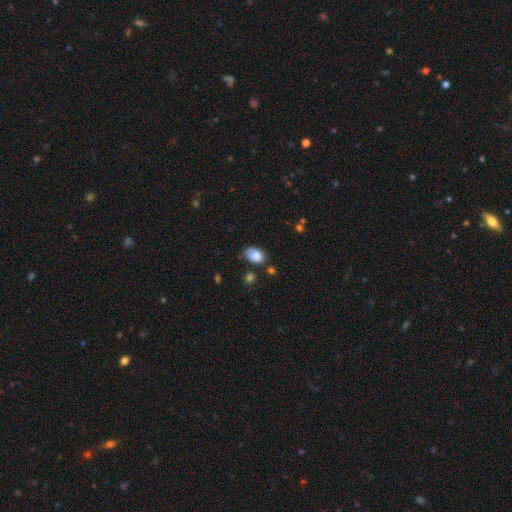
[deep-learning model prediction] This appears to be a smooth galaxy with no disk features (80%) that is in between round and cigar-shaped (81%). Merging: none (45%).